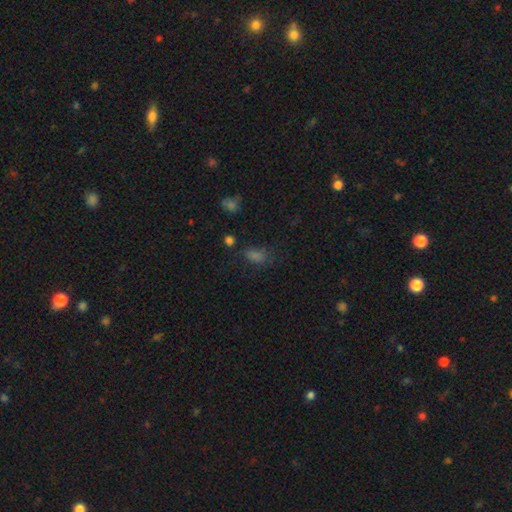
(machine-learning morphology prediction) smooth 64%, star or artifact 28%, featured or disk 9%. Down the decision tree: how rounded — in between (81%); merging — none (61%).